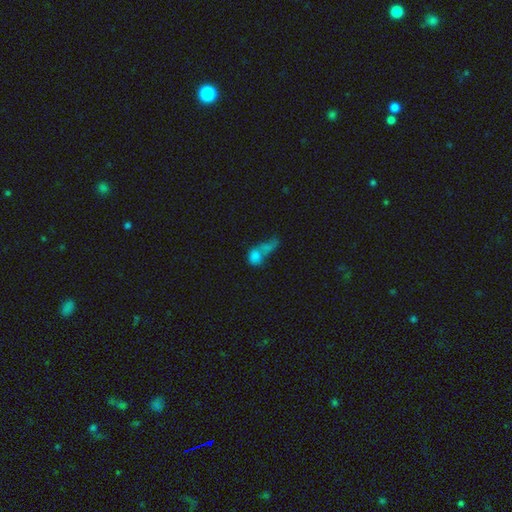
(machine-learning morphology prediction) smooth_or_featured: smooth (p=0.75) [alt: featured or disk p=0.13]
how_rounded: in between (p=0.49) [alt: round p=0.46]
merging: merger (p=0.61) [alt: none p=0.18]